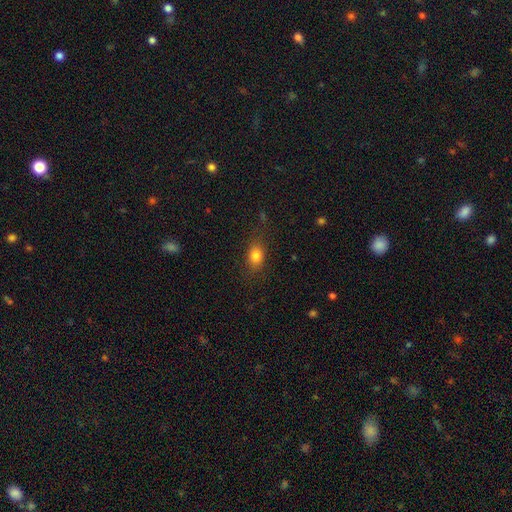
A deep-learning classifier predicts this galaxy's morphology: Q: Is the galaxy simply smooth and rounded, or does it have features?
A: smooth — 81%.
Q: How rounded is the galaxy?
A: in between — 69%.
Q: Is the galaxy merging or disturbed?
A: none — 79%.